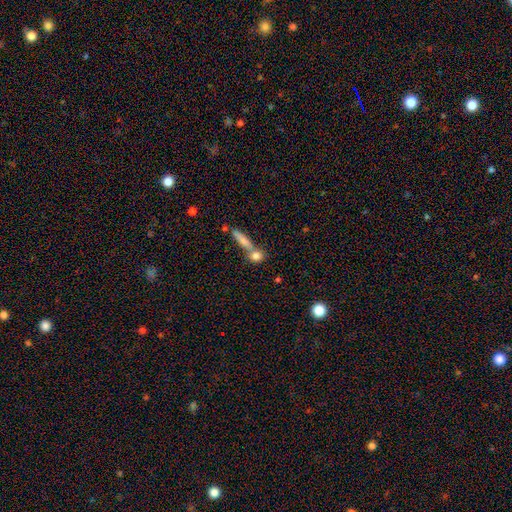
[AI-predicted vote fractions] This appears to be a smooth galaxy with no disk features (77%) that is round (48%). Merging: none (50%).